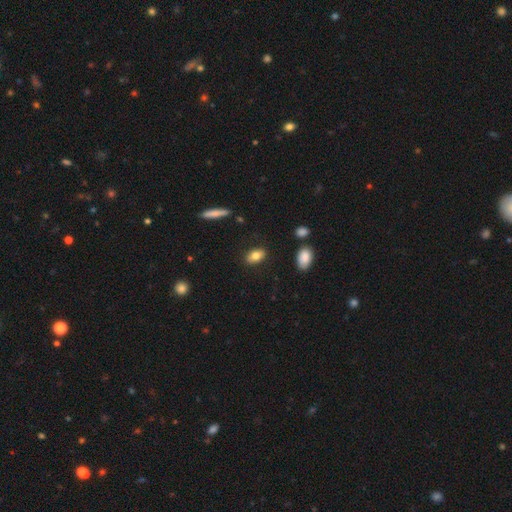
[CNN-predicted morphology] Smooth or featured?
  - smooth: 78% *
  - featured or disk: 14%
  - star or artifact: 8%
How rounded?
  - in between: 87% *
  - round: 8%
  - cigar-shaped: 5%
Merging?
  - none: 86% *
  - minor disturbance: 10%
  - major disturbance: 2%
  - merger: 2%